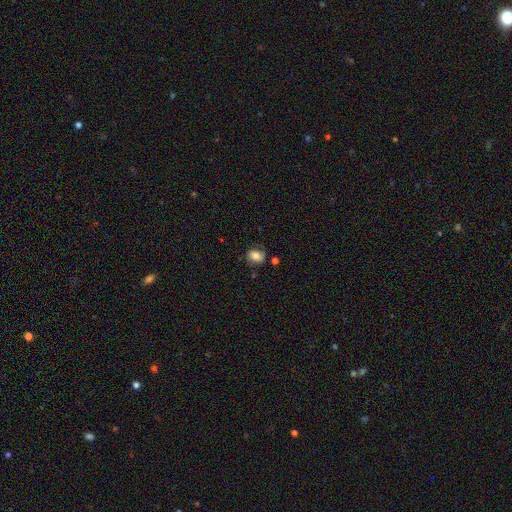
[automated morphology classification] Smooth or featured: smooth — 70% (featured or disk — 20%)
How rounded: in between — 54% (round — 45%)
Merging: none — 71% (minor disturbance — 20%)